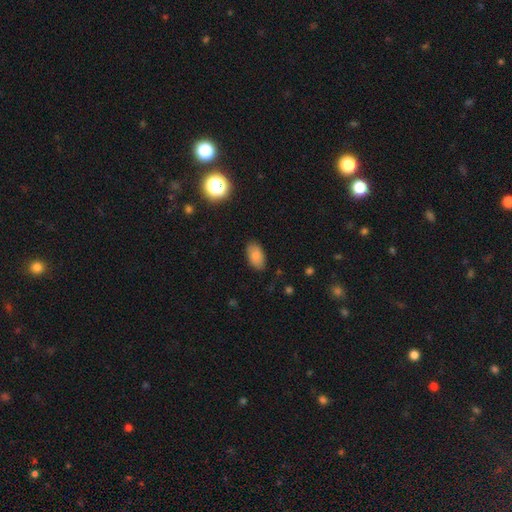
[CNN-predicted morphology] type=smooth (83%); roundness=in between (93%); merging=none (83%).